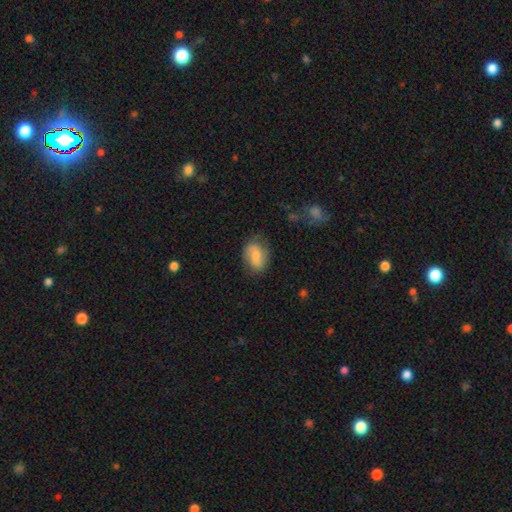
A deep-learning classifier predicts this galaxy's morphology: A smooth galaxy with no disk features (59%) that is in between round and cigar-shaped (75%). Merging: none (69%).